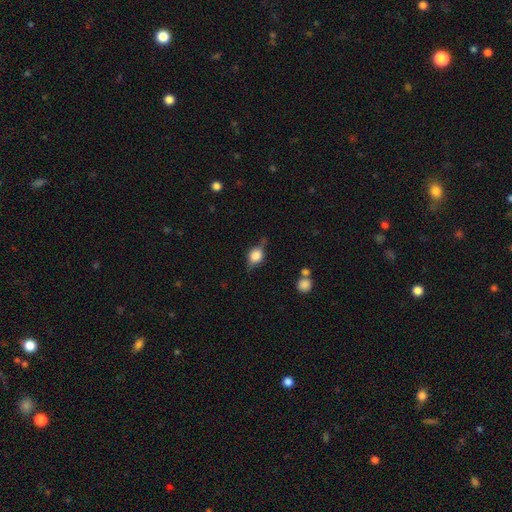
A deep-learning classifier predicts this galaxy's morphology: The model was most divided on "how rounded": round: 59%, in between: 38%, cigar-shaped: 3%. More confident: merging — none (62%); smooth or featured — smooth (59%).